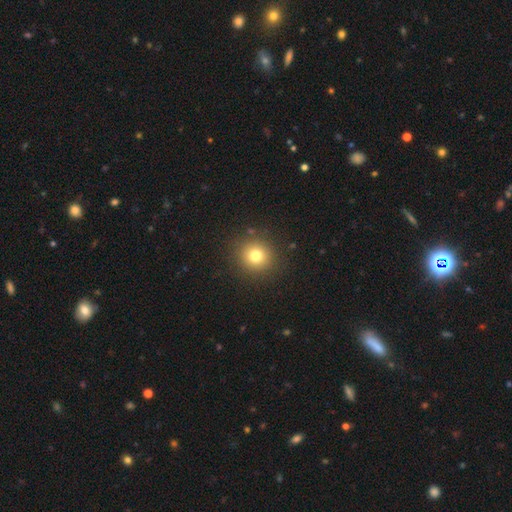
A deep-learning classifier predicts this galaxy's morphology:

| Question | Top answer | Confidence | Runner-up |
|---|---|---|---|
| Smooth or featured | smooth | 77% | star or artifact (14%) |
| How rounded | round | 93% | in between (6%) |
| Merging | none | 90% | minor disturbance (6%) |